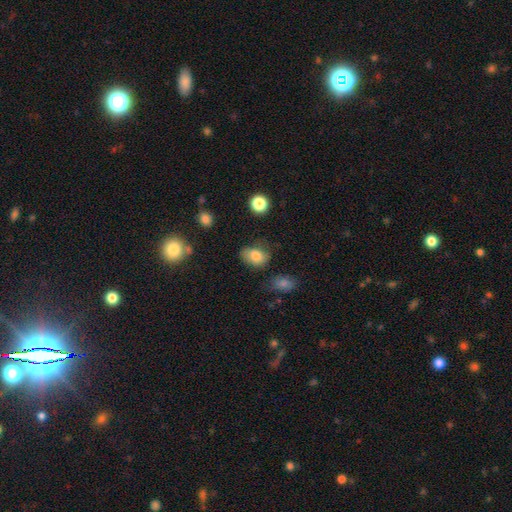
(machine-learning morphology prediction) smooth 81%, star or artifact 10%, featured or disk 9%. Down the decision tree: how rounded — in between (71%); merging — none (62%).